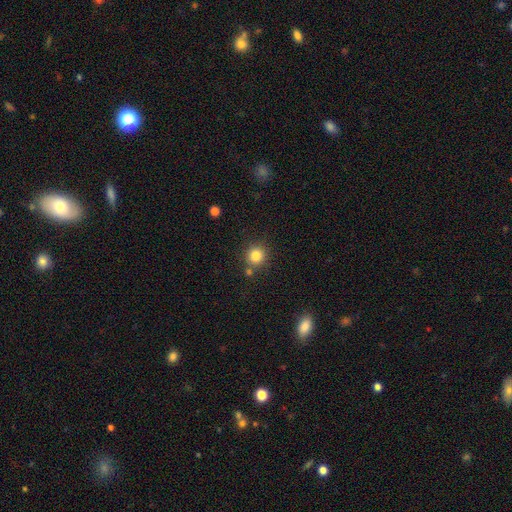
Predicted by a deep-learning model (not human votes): Smooth or featured?
  - smooth: 83% *
  - star or artifact: 12%
  - featured or disk: 6%
How rounded?
  - round: 92% *
  - in between: 7%
  - cigar-shaped: 1%
Merging?
  - none: 78% *
  - merger: 10%
  - minor disturbance: 9%
  - major disturbance: 3%